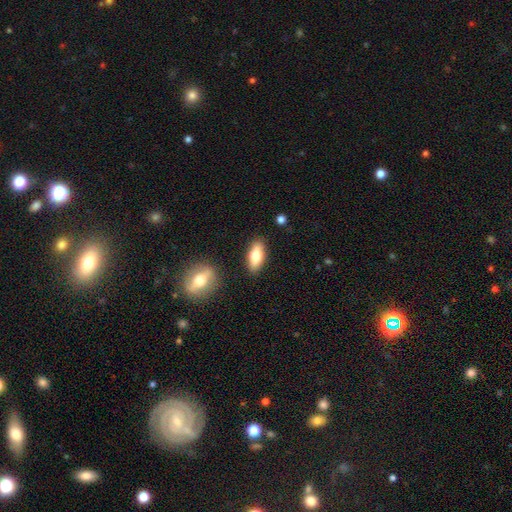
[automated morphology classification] smooth 72%, featured or disk 21%, star or artifact 7%. Down the decision tree: how rounded — in between (74%); merging — none (85%).